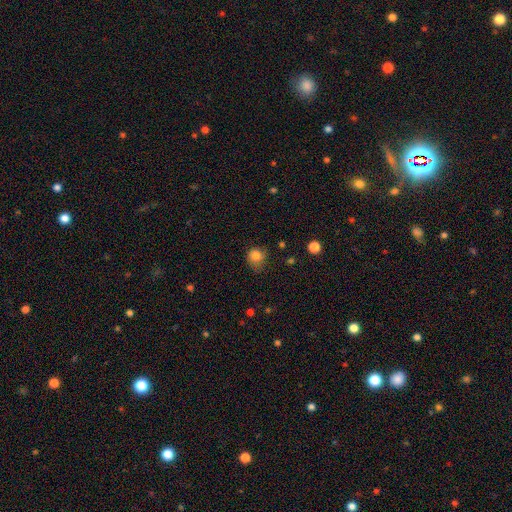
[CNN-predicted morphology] A smooth galaxy with no disk features (81%) that is round (80%). Merging: none (59%).